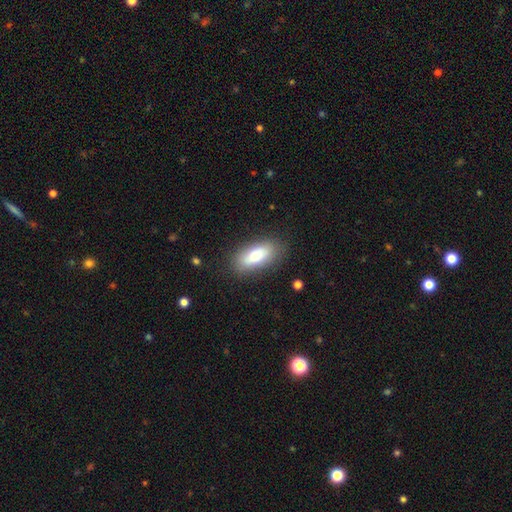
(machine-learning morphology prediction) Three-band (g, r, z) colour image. It shows a smooth galaxy with no disk features (76%) that is in between round and cigar-shaped (83%). Merging: none (84%).